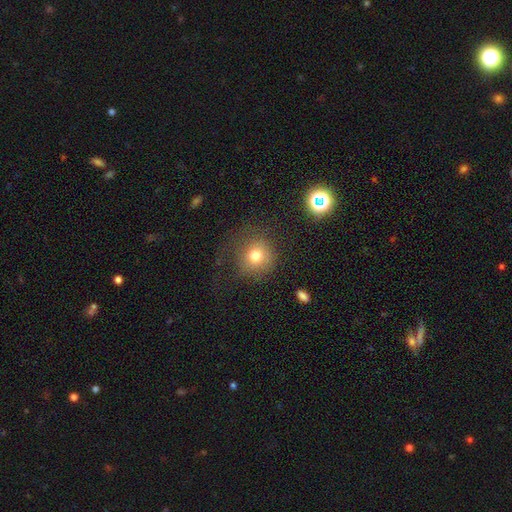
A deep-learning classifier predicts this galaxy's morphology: Smooth or featured?
  - smooth: 76% *
  - star or artifact: 13%
  - featured or disk: 11%
How rounded?
  - round: 89% *
  - in between: 10%
  - cigar-shaped: 1%
Merging?
  - none: 69% *
  - minor disturbance: 15%
  - major disturbance: 13%
  - merger: 2%